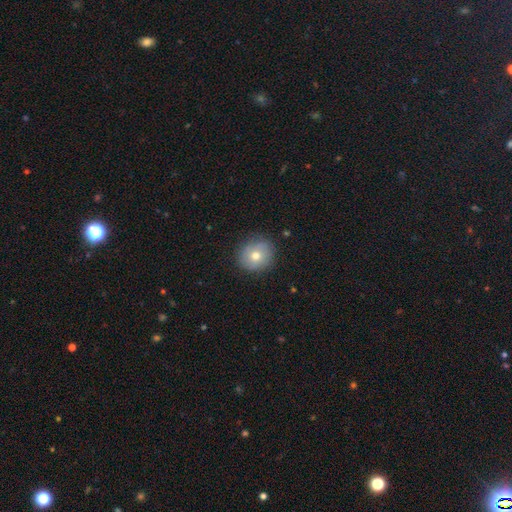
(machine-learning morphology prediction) smooth 68%, featured or disk 23%, star or artifact 9%. Down the decision tree: how rounded — round (82%); merging — none (82%).